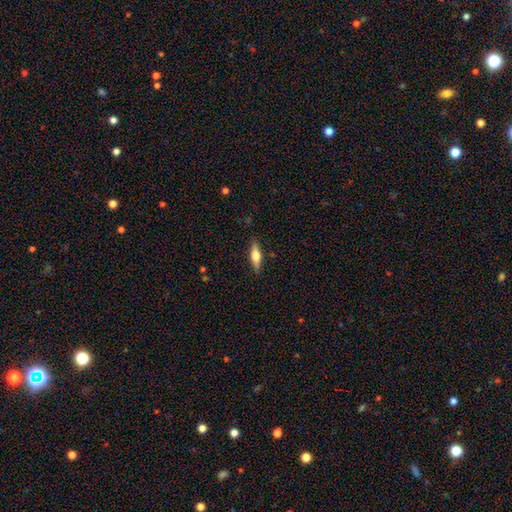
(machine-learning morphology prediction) Smooth or featured? Predicted: smooth (p=0.50). Merging? Predicted: none (p=0.86).